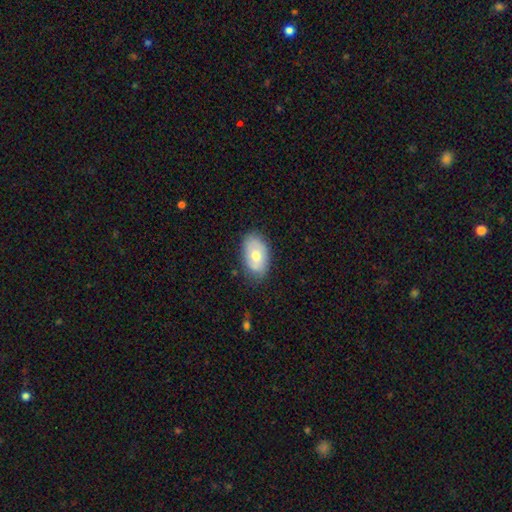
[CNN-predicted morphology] Smooth or featured: smooth — 61% (featured or disk — 32%)
How rounded: in between — 90% (round — 8%)
Merging: none — 75% (minor disturbance — 19%)